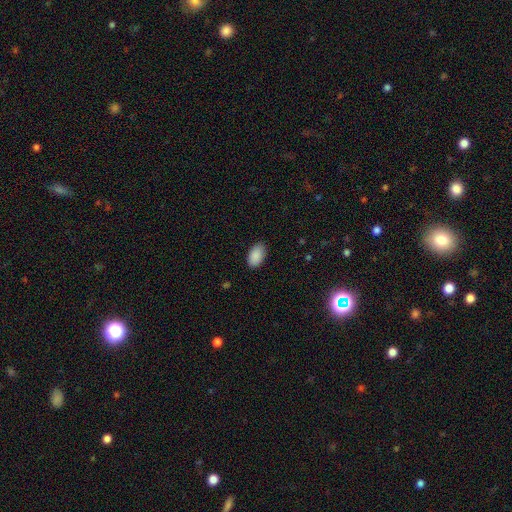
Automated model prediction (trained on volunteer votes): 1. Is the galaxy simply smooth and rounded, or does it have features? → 90% smooth, 7% star or artifact, 3% featured or disk.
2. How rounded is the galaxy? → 95% in between, 4% round, 1% cigar-shaped.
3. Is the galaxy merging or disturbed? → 87% none, 10% minor disturbance, 2% major disturbance, 1% merger.